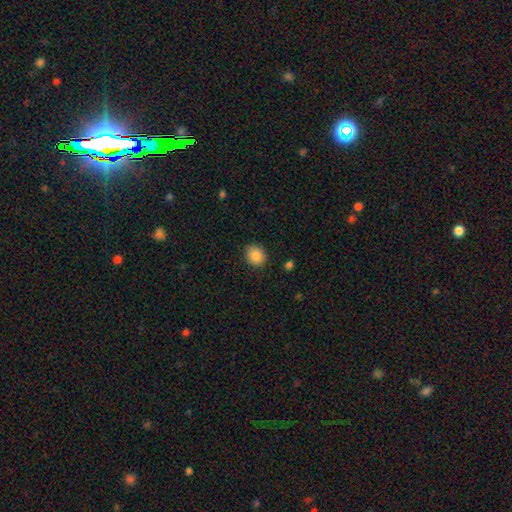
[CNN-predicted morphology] Q: Smooth or featured?
A: smooth (86%); runner-up: star or artifact (9%)
Q: How rounded?
A: round (73%); runner-up: in between (26%)
Q: Merging?
A: none (88%); runner-up: minor disturbance (9%)